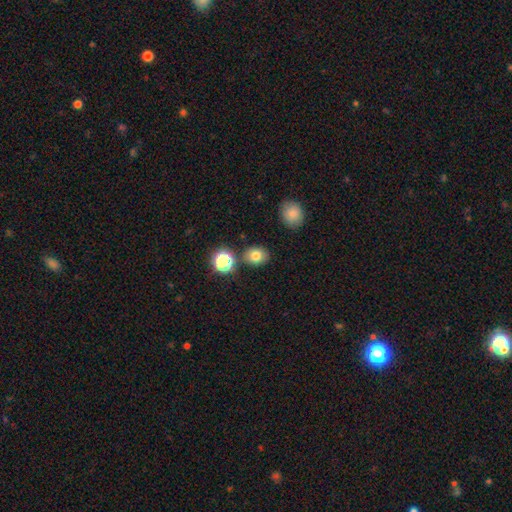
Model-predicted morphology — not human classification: Overall: smooth (77%). How rounded: round (55%; in between 44%). Merging: none (80%).